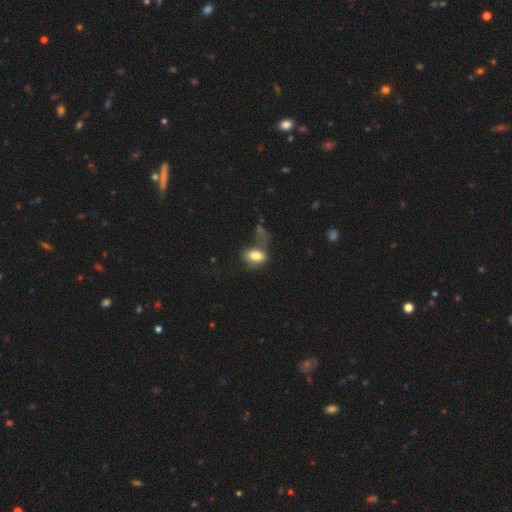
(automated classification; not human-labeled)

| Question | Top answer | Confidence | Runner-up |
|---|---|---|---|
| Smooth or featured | smooth | 75% | featured or disk (16%) |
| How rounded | in between | 87% | round (10%) |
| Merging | major disturbance | 41% | none (25%) |